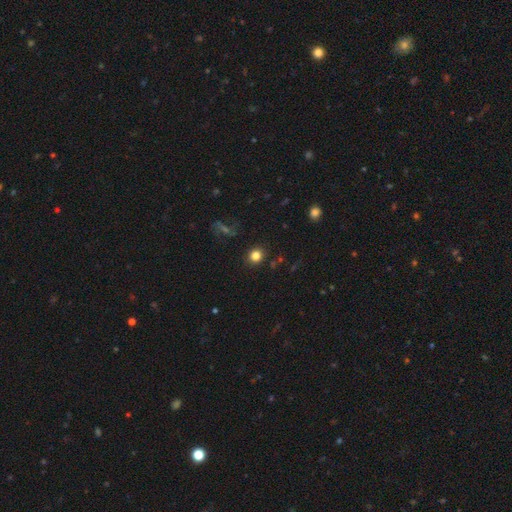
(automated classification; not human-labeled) Smooth or featured: smooth — 82% (star or artifact — 13%)
How rounded: round — 86% (in between — 13%)
Merging: none — 89% (minor disturbance — 7%)